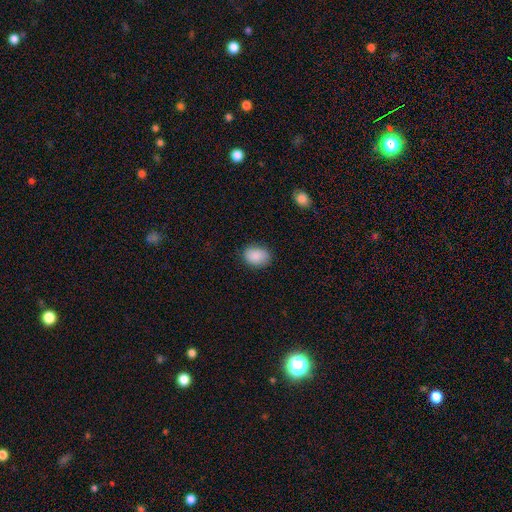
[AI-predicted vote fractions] Smooth or featured: smooth — 88% (star or artifact — 7%)
How rounded: in between — 67% (round — 32%)
Merging: none — 82% (minor disturbance — 13%)